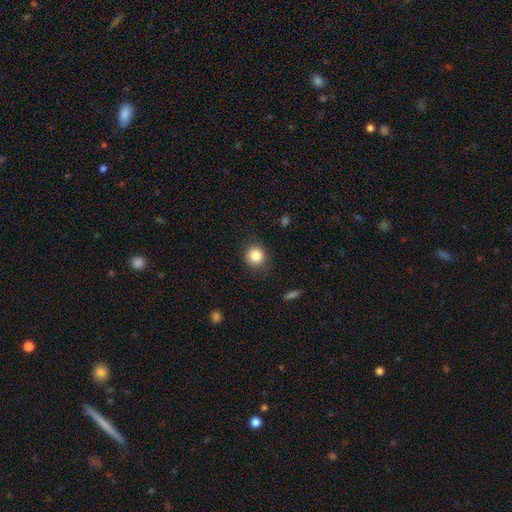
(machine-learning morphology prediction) type=smooth (84%); roundness=round (89%); merging=none (87%).